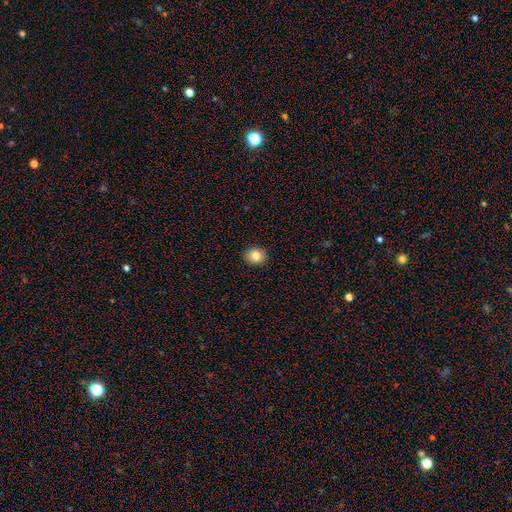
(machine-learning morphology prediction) type=smooth (83%); roundness=round (70%); merging=none (91%).